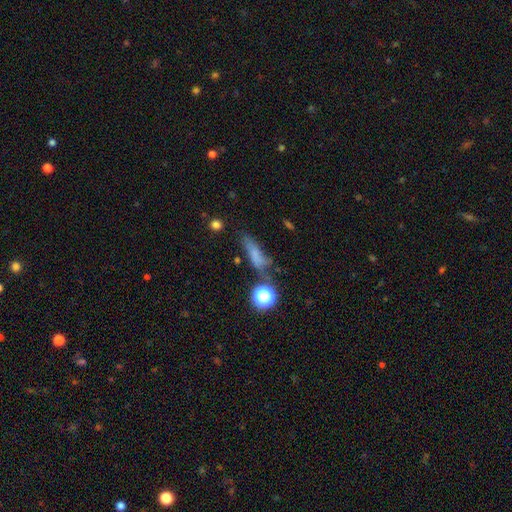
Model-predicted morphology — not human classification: type=smooth (63%); roundness=cigar-shaped (53%); merging=none (53%).